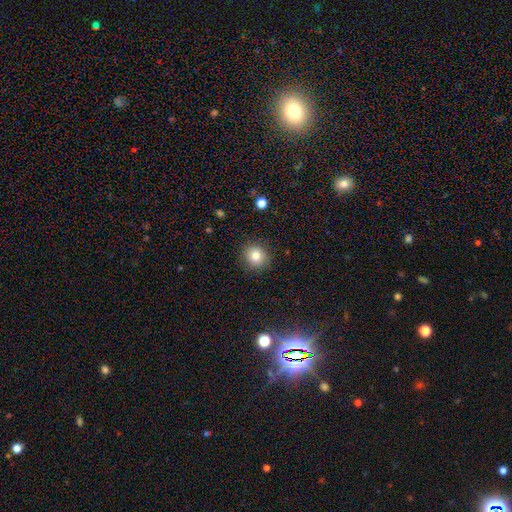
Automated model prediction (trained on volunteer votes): smooth-or-featured: smooth: 81% | star or artifact: 12% | featured or disk: 8%
  how-rounded: round: 89% | in between: 10% | cigar-shaped: 1%
  merging: none: 89% | minor disturbance: 7% | major disturbance: 2% | merger: 1%